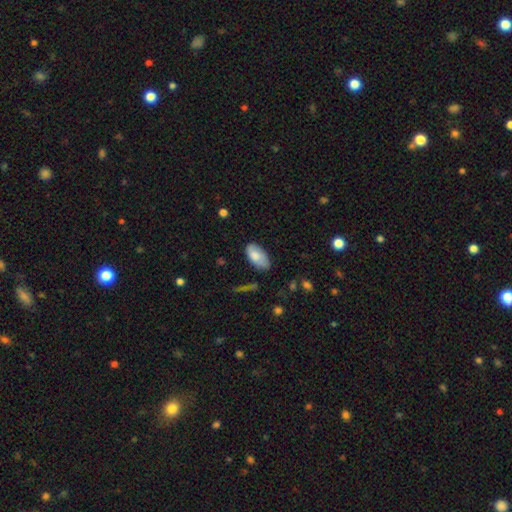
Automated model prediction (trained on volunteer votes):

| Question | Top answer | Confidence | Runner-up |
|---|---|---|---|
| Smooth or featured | smooth | 80% | featured or disk (13%) |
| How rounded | in between | 95% | round (3%) |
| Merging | none | 71% | minor disturbance (23%) |